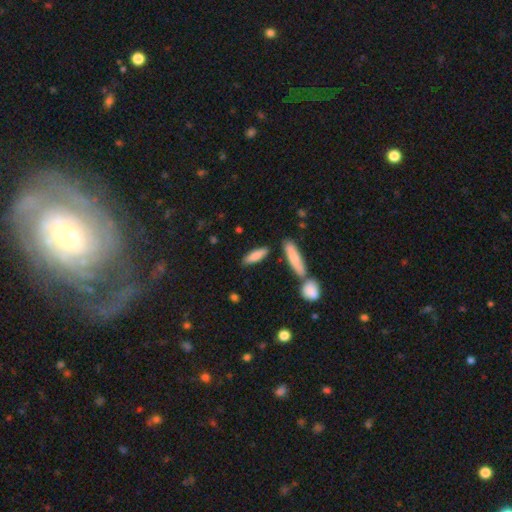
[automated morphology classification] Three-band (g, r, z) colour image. It shows a smooth galaxy with no disk features (80%) that is cigar-shaped (61%). Merging: none (77%).